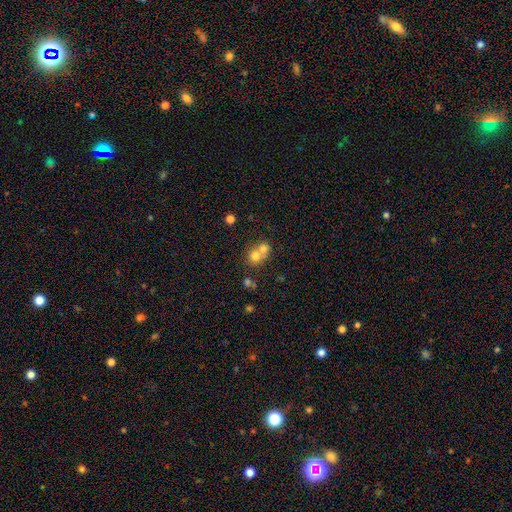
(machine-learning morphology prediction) Smooth or featured? Predicted: smooth (p=0.71). How rounded? Predicted: round (p=0.77). Merging? Predicted: merger (p=0.65).